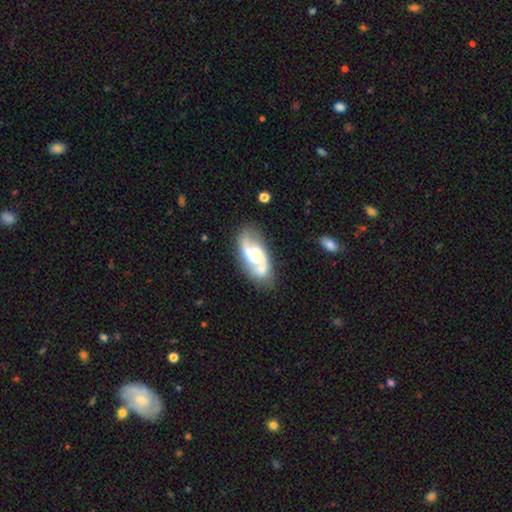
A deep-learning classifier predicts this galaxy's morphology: featured or disk 80%, smooth 14%, star or artifact 6%. Down the decision tree: edge-on disk — no (96%); bar — weak (44%); spiral arms — yes (94%); spiral arm count — 2 (86%); spiral winding — medium (51%); bulge size — moderate (45%); merging — none (69%).